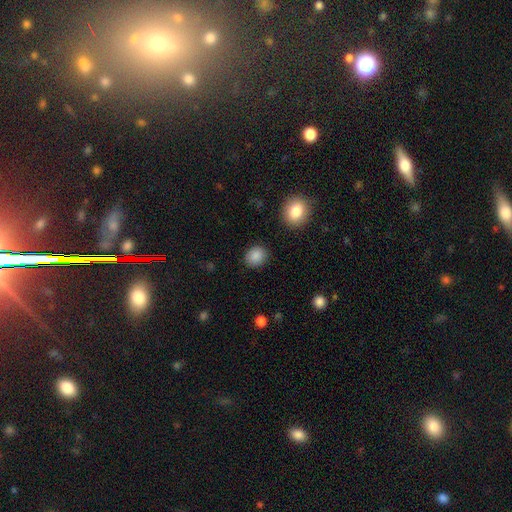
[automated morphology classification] Smooth or featured?
  - smooth: 87% *
  - star or artifact: 9%
  - featured or disk: 4%
How rounded?
  - round: 65% *
  - in between: 34%
  - cigar-shaped: 1%
Merging?
  - none: 88% *
  - minor disturbance: 8%
  - major disturbance: 3%
  - merger: 1%